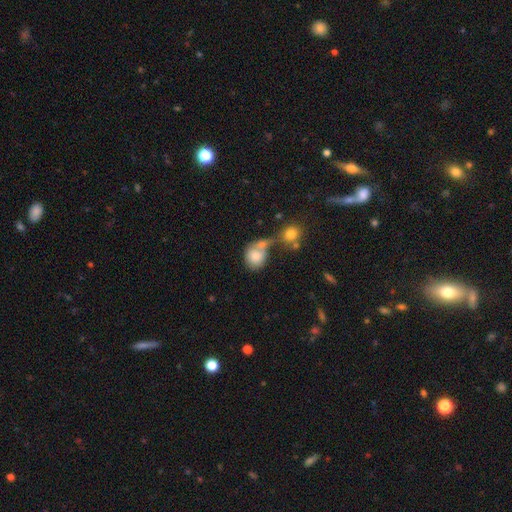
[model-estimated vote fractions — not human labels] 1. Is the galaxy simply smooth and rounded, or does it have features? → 79% smooth, 12% featured or disk, 9% star or artifact.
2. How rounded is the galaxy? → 73% round, 26% in between, 1% cigar-shaped.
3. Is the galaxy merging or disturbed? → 47% merger, 33% none, 12% minor disturbance, 8% major disturbance.